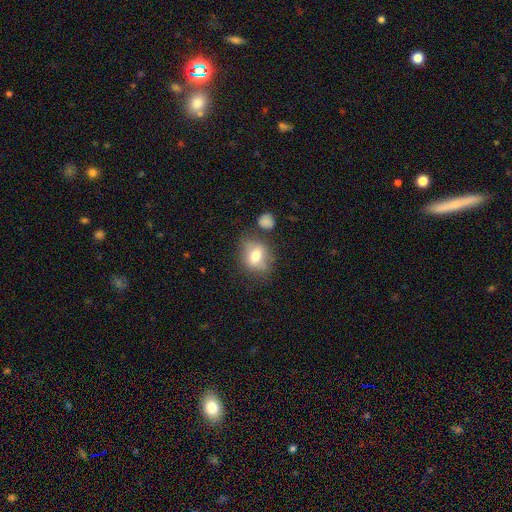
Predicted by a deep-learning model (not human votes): A smooth galaxy with no disk features (67%) that is in between round and cigar-shaped (55%).

Vote fractions:
- Smooth or featured? smooth: 67% / featured or disk: 23% / star or artifact: 10%
- How rounded? in between: 55% / round: 43% / cigar-shaped: 2%
- Merging? none: 65% / minor disturbance: 21% / major disturbance: 8% / merger: 6%